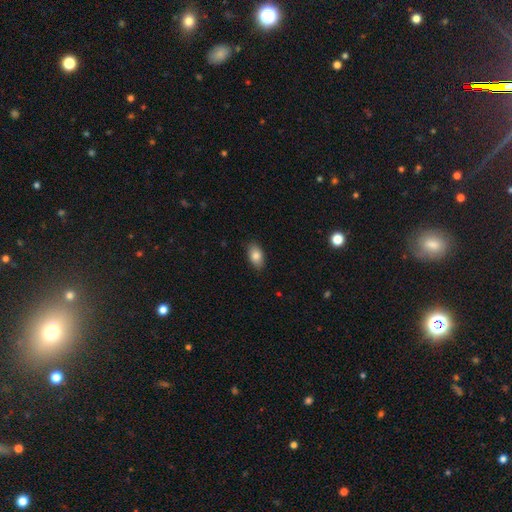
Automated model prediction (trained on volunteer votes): Morphology: type=smooth (85%); roundness=in between (92%); merging=none (88%).